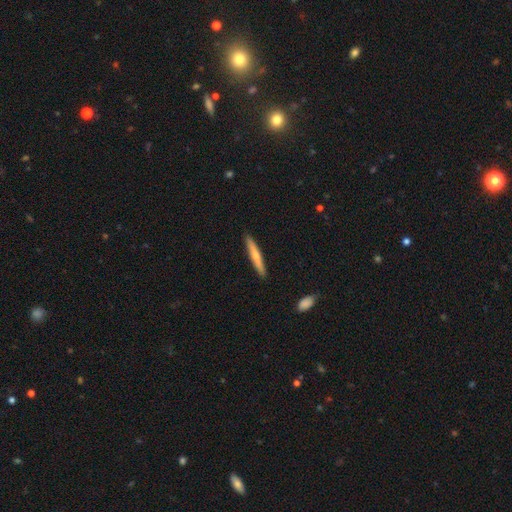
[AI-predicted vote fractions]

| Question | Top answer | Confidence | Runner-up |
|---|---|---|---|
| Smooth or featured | smooth | 59% | featured or disk (36%) |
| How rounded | cigar-shaped | 94% | in between (5%) |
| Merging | none | 90% | minor disturbance (7%) |